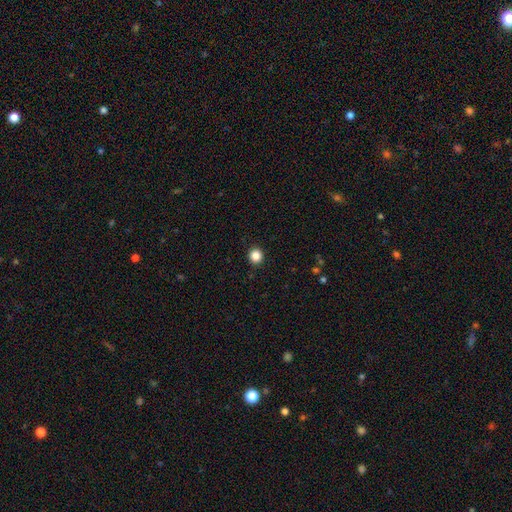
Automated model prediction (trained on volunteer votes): This is clearly a smooth galaxy (85%). How rounded: clearly round (93%). Merging: clearly none (93%).